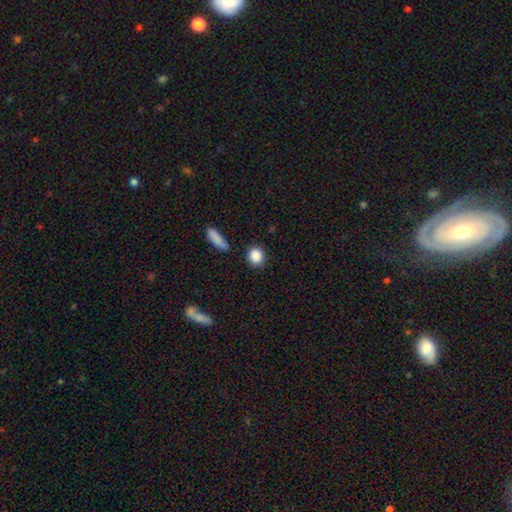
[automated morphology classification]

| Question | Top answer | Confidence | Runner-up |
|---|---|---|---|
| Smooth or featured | smooth | 88% | star or artifact (8%) |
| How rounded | round | 78% | in between (20%) |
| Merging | none | 83% | minor disturbance (10%) |